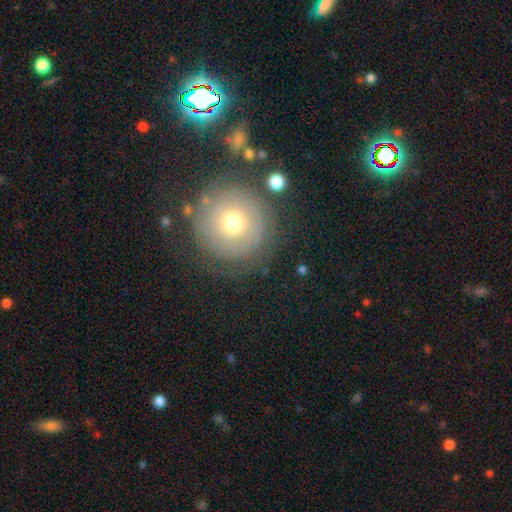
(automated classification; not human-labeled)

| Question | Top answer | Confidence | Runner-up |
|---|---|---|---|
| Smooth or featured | featured or disk | 42% | smooth (33%) |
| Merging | none | 81% | minor disturbance (10%) |